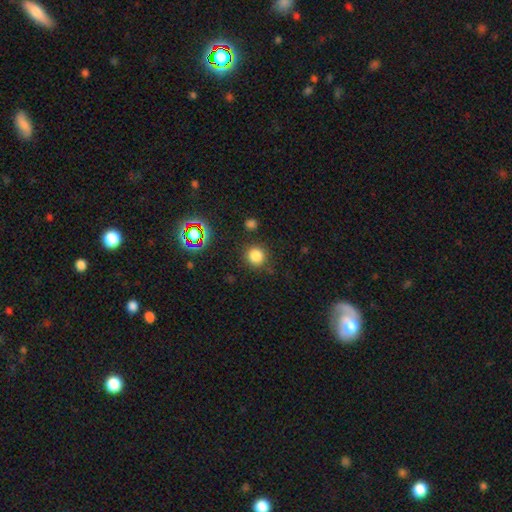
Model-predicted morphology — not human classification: Smooth or featured? smooth (79%)
How rounded? round (92%)
Merging? none (85%)